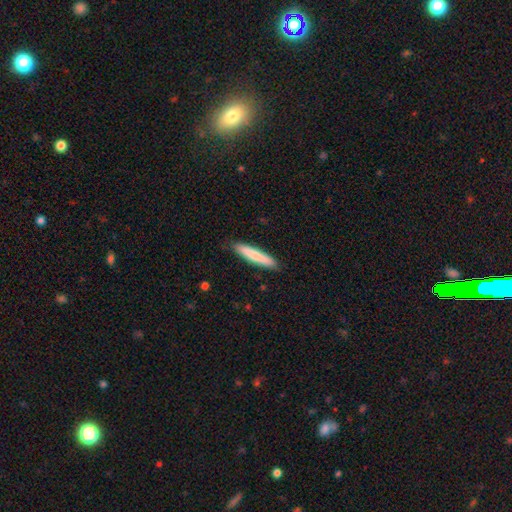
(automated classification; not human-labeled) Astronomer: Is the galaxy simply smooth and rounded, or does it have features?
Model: smooth — 76%.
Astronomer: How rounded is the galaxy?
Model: cigar-shaped — 91%.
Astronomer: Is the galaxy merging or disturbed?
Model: none — 88%.